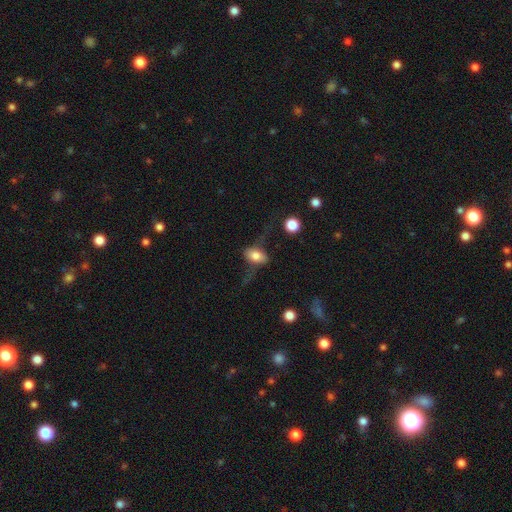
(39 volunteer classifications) Volunteers were most divided on "merging": none: 44%, major disturbance: 38%, minor disturbance: 13%, merger: 5%. More confident: how rounded — in between (91%); smooth or featured — smooth (59%).